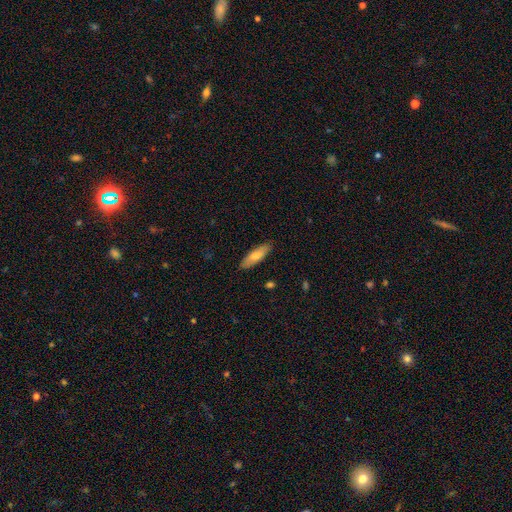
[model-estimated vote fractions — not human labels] Morphology: type=smooth (74%); roundness=cigar-shaped (51%); merging=none (86%).